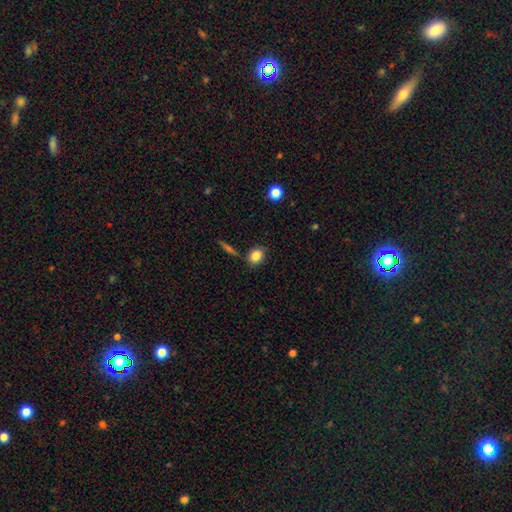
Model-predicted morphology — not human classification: Smooth or featured: smooth — 84% (star or artifact — 9%)
How rounded: round — 50% (in between — 48%)
Merging: none — 80% (minor disturbance — 12%)